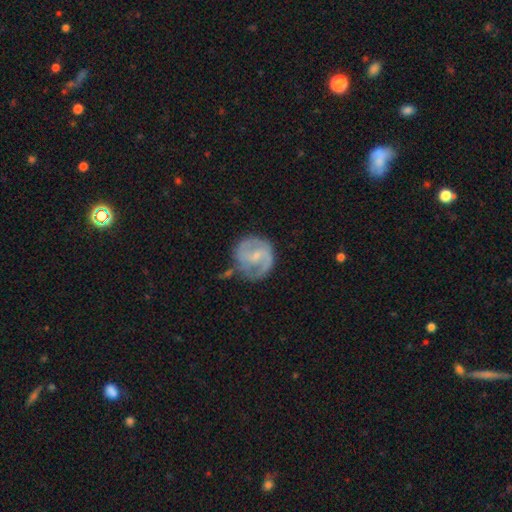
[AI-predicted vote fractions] Smooth or featured? featured or disk (76%)
Edge-on disk? no (98%)
Bar? weak (51%)
Spiral arms? yes (89%)
Spiral winding? medium (47%)
Spiral arm count? 2 (75%)
Bulge size? small (69%)
Merging? none (61%)